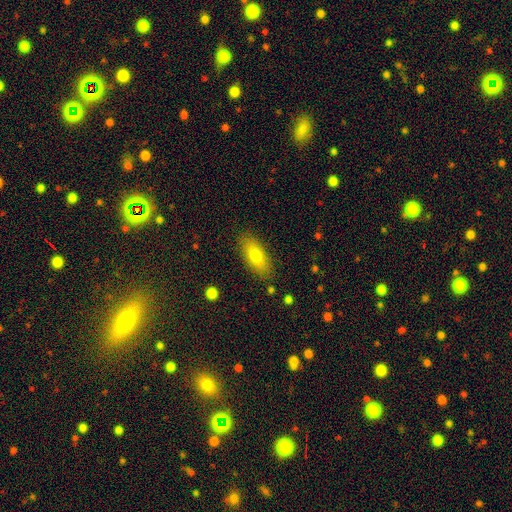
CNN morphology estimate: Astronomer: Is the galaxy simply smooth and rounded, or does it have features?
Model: smooth — 77%.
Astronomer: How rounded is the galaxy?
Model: in between — 80%.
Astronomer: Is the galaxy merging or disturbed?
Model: none — 85%.